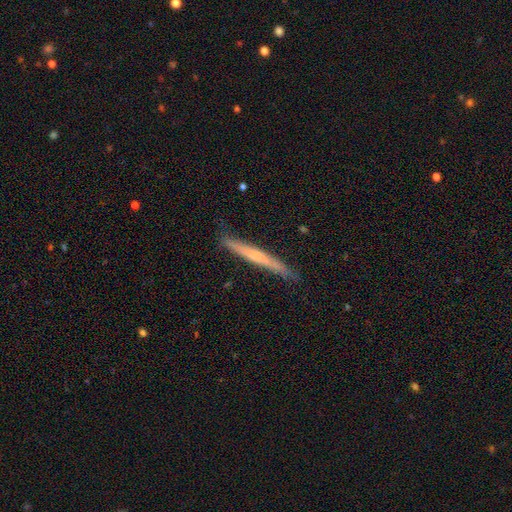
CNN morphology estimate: smooth_or_featured: featured or disk (p=0.47) [tied with: smooth p=0.47]
merging: none (p=0.87) [alt: minor disturbance p=0.10]